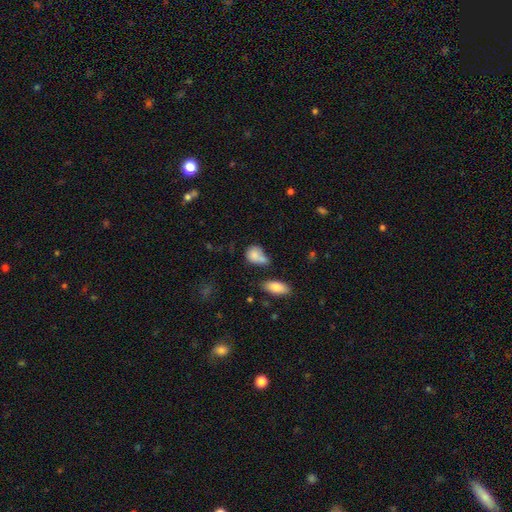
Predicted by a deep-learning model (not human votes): A smooth galaxy with no disk features (81%) that is in between round and cigar-shaped (60%).

Vote fractions:
- Smooth or featured? smooth: 81% / featured or disk: 10% / star or artifact: 9%
- How rounded? in between: 60% / round: 38% / cigar-shaped: 2%
- Merging? none: 34% / merger: 33% / minor disturbance: 22% / major disturbance: 11%